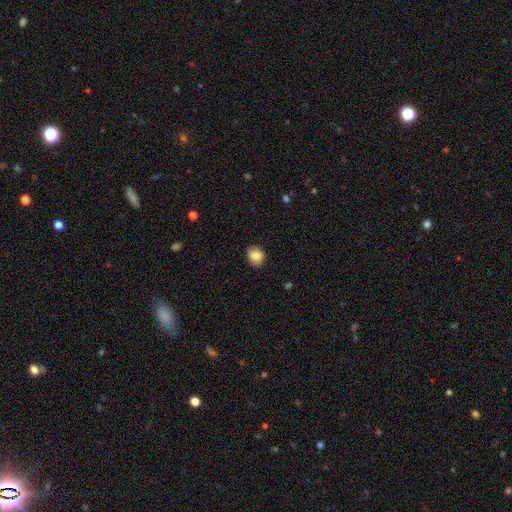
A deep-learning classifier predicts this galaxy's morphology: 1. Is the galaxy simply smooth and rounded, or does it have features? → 85% smooth, 8% star or artifact, 7% featured or disk.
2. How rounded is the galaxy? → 58% round, 41% in between, 1% cigar-shaped.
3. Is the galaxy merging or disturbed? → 84% none, 13% minor disturbance, 3% major disturbance, 1% merger.